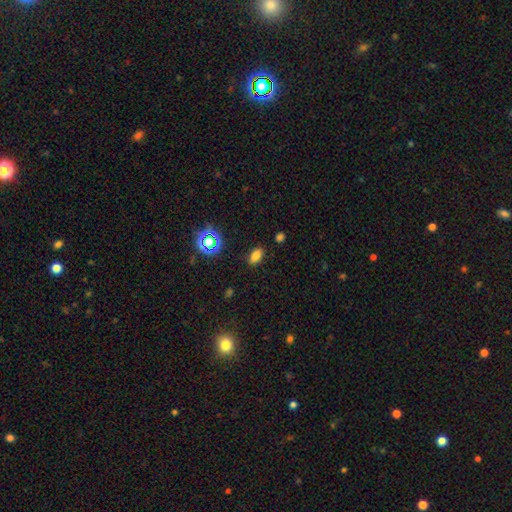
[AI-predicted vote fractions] The model was most divided on "smooth or featured": smooth: 75%, star or artifact: 18%, featured or disk: 7%. More confident: how rounded — in between (86%); merging — none (86%).